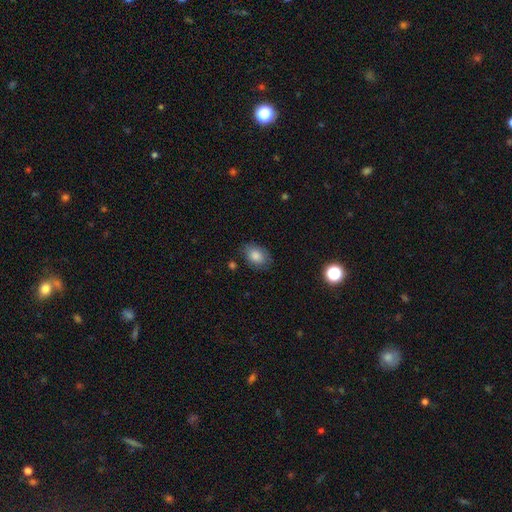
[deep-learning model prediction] This appears to be a smooth galaxy with no disk features (83%) that is in between round and cigar-shaped (80%). Merging: none (78%).